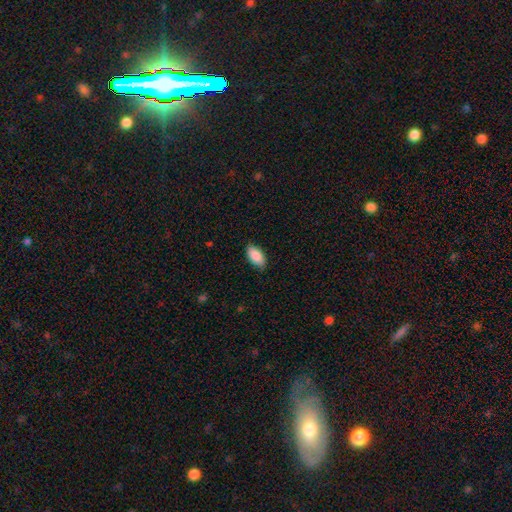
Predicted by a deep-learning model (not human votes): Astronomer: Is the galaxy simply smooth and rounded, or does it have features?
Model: smooth — 89%.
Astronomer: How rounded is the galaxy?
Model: in between — 94%.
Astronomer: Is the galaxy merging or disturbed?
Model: none — 83%.